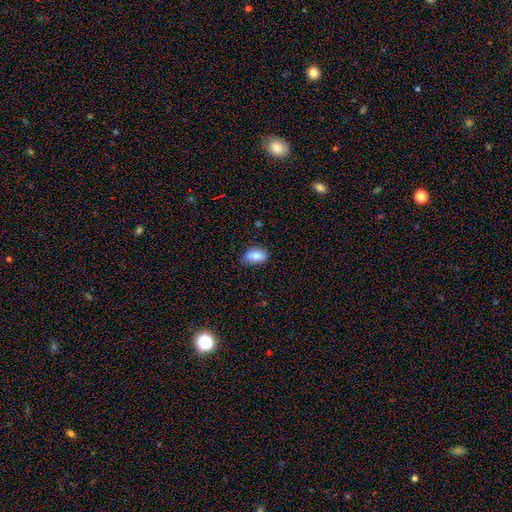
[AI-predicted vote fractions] Smooth or featured? smooth (82%)
How rounded? in between (89%)
Merging? none (77%)